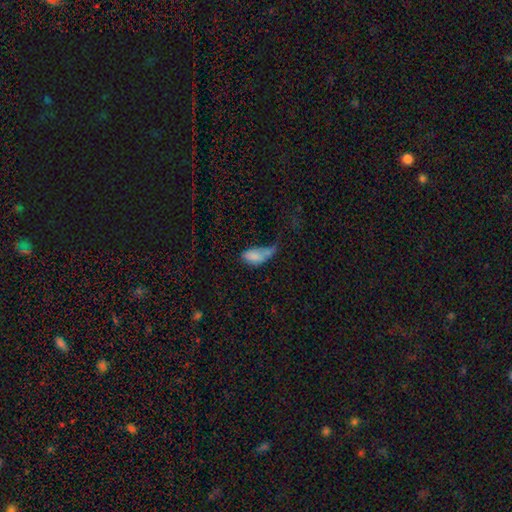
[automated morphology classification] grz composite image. It shows a smooth galaxy with no disk features (75%) that is in between round and cigar-shaped (91%). Merging: major disturbance (45%).